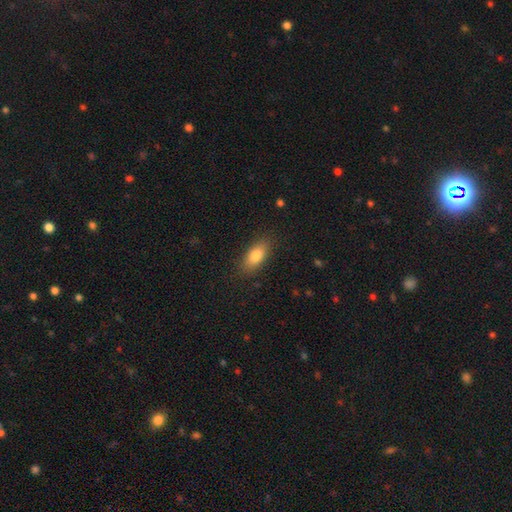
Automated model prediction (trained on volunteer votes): Q: Smooth or featured?
A: smooth (82%); runner-up: featured or disk (11%)
Q: How rounded?
A: in between (85%); runner-up: cigar-shaped (11%)
Q: Merging?
A: none (86%); runner-up: minor disturbance (11%)